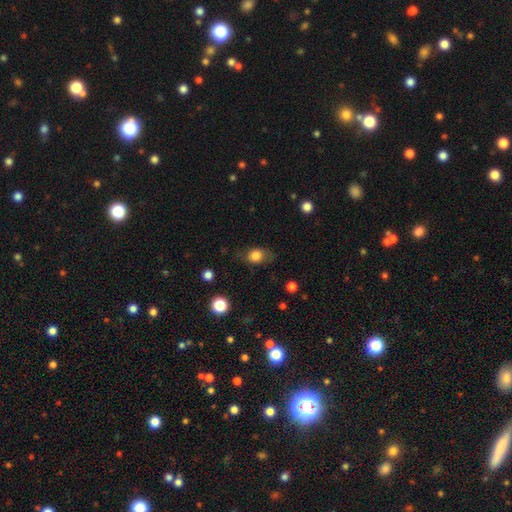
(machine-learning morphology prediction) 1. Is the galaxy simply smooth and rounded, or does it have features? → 79% smooth, 13% featured or disk, 9% star or artifact.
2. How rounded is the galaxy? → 63% in between, 35% round, 2% cigar-shaped.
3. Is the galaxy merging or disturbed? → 70% none, 20% minor disturbance, 8% major disturbance, 1% merger.